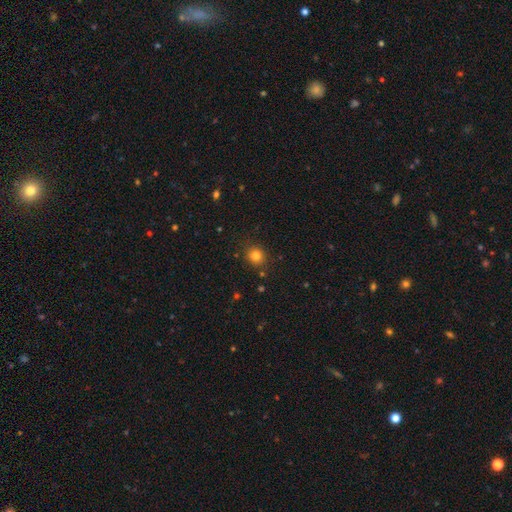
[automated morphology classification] type=smooth (81%); roundness=round (83%); merging=none (86%).